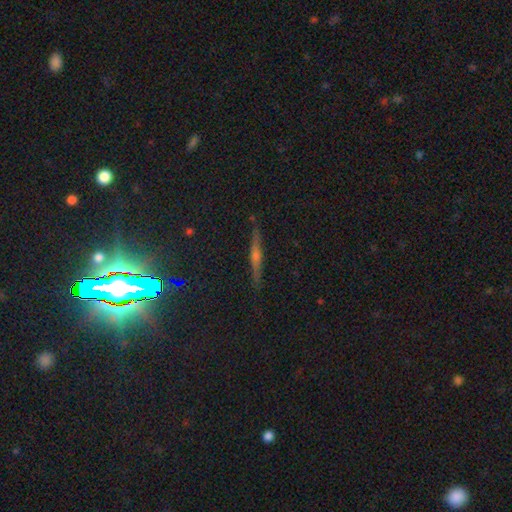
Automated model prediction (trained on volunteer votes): featured or disk 63%, smooth 21%, star or artifact 15%. Down the decision tree: edge-on disk — yes (96%); edge-on bulge — rounded (78%); merging — none (89%).